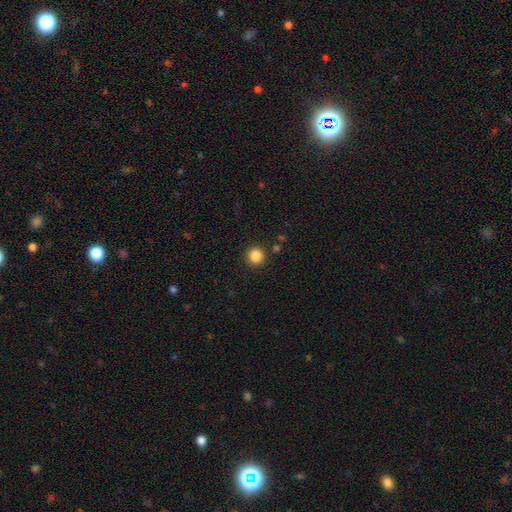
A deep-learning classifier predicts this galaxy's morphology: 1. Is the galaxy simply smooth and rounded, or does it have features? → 86% smooth, 11% star or artifact, 4% featured or disk.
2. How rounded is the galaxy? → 95% round, 4% in between, 1% cigar-shaped.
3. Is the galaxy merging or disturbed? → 91% none, 5% minor disturbance, 2% merger, 2% major disturbance.